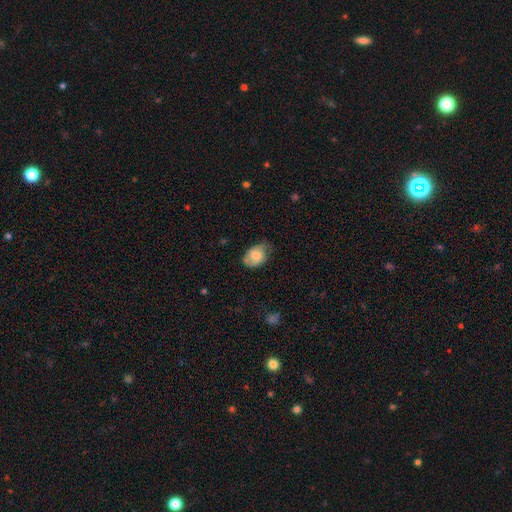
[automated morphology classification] Smooth or featured: smooth — 66% (featured or disk — 26%)
How rounded: in between — 81% (round — 18%)
Merging: none — 55% (minor disturbance — 33%)